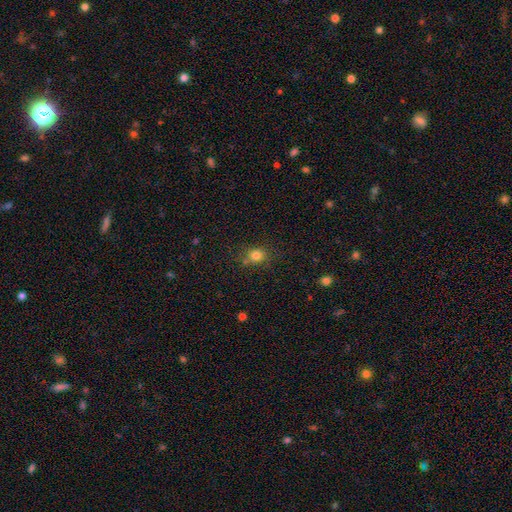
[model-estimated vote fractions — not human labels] smooth 80%, star or artifact 14%, featured or disk 7%. Down the decision tree: how rounded — round (72%); merging — none (73%).